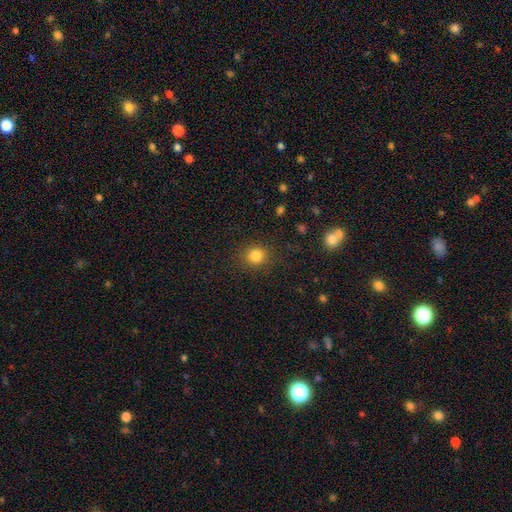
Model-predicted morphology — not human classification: Smooth or featured? smooth (83%)
How rounded? round (85%)
Merging? none (87%)